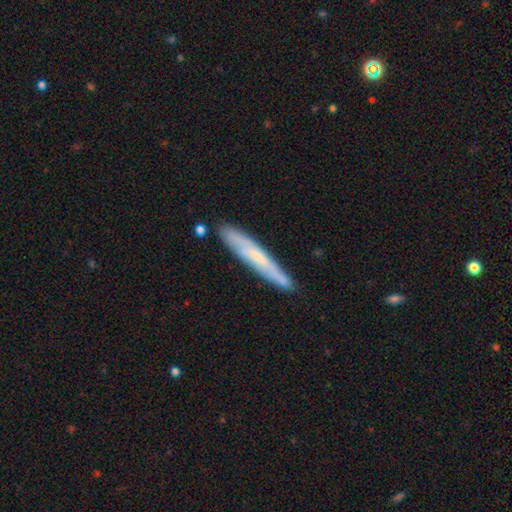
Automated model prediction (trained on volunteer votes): smooth_or_featured: featured or disk (p=0.48) [alt: smooth p=0.46]
merging: none (p=0.83) [alt: minor disturbance p=0.12]